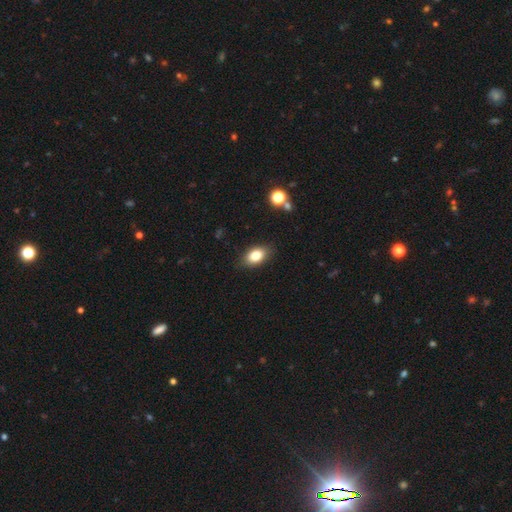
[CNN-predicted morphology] The model was most divided on "smooth or featured": smooth: 81%, featured or disk: 10%, star or artifact: 9%. More confident: how rounded — in between (87%); merging — none (86%).